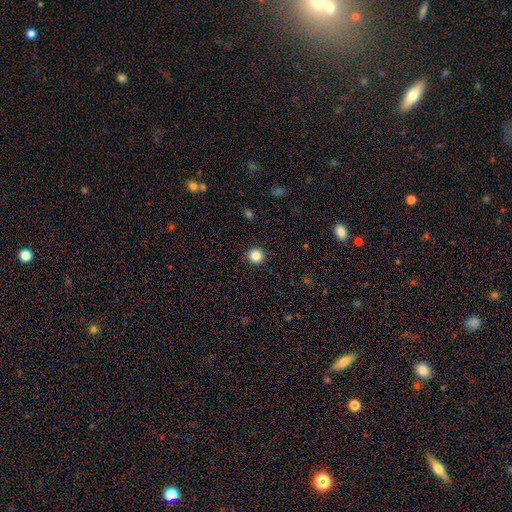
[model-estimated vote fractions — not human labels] Smooth or featured? smooth (86%)
How rounded? round (96%)
Merging? none (93%)